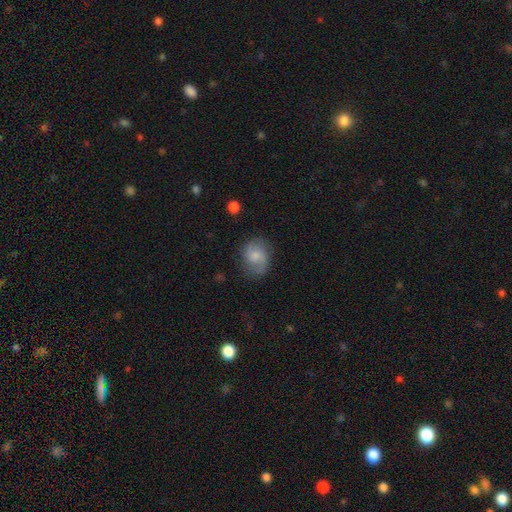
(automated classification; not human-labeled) Smooth or featured?
  - smooth: 51% *
  - featured or disk: 42%
  - star or artifact: 8%
How rounded?
  - in between: 50% *
  - round: 49%
  - cigar-shaped: 1%
Merging?
  - none: 67% *
  - minor disturbance: 23%
  - major disturbance: 9%
  - merger: 2%